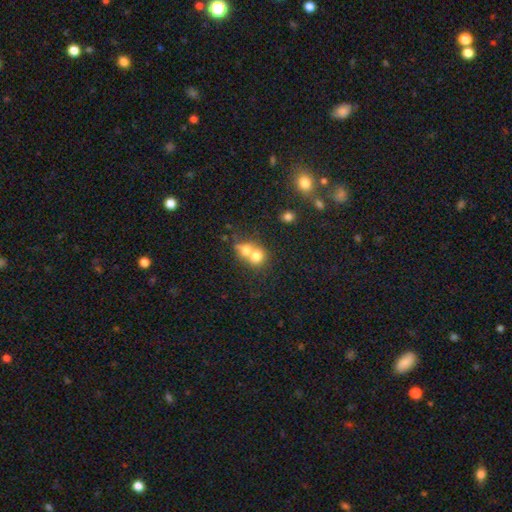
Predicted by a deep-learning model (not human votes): smooth_or_featured: smooth (p=0.72) [alt: featured or disk p=0.17]
how_rounded: round (p=0.72) [alt: in between p=0.27]
merging: merger (p=0.67) [alt: none p=0.24]